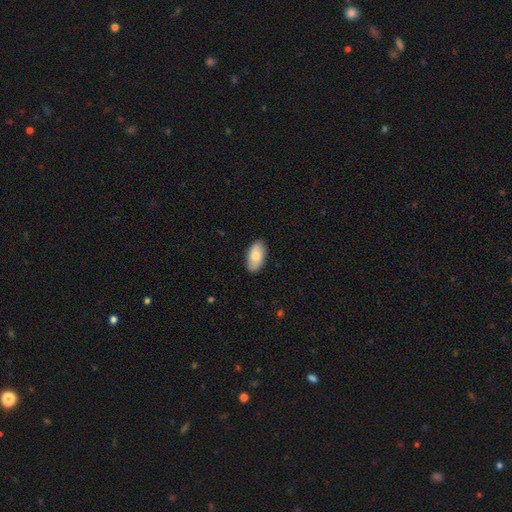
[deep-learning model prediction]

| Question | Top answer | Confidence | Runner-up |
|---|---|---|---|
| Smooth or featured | smooth | 81% | featured or disk (13%) |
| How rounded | in between | 95% | round (3%) |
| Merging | none | 87% | minor disturbance (10%) |